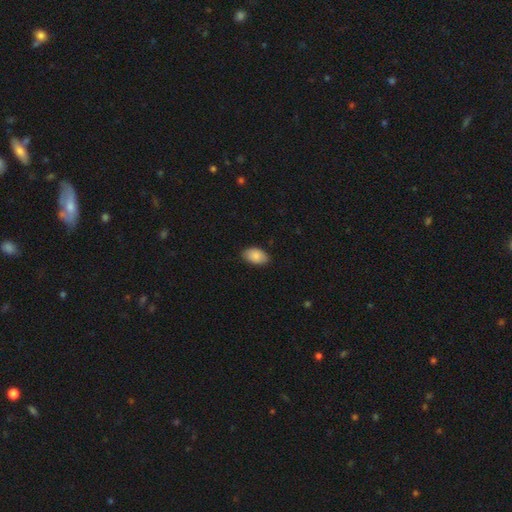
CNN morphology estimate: Smooth or featured? Predicted: smooth (p=0.88). How rounded? Predicted: in between (p=0.92). Merging? Predicted: none (p=0.84).